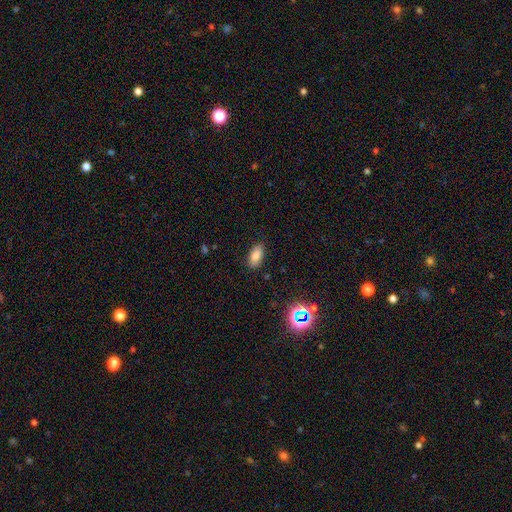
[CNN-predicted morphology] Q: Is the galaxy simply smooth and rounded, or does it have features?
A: smooth — 81%.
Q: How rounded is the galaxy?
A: in between — 90%.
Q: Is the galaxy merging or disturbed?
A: none — 85%.